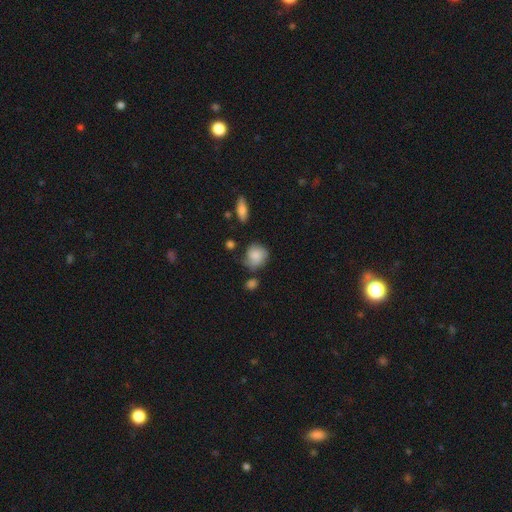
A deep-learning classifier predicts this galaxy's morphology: Smooth or featured? smooth (78%)
How rounded? round (77%)
Merging? none (55%)